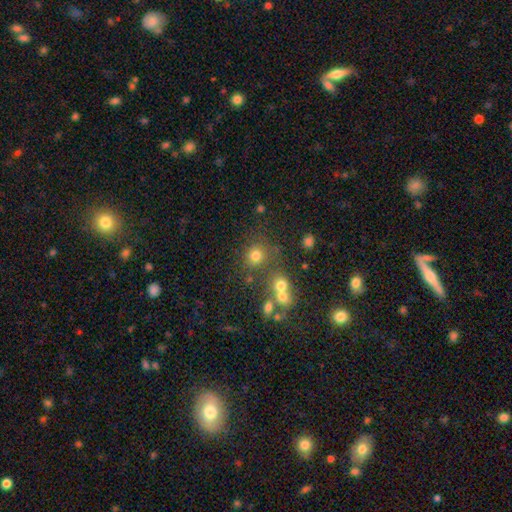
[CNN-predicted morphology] Smooth or featured?
  - smooth: 73% *
  - star or artifact: 17%
  - featured or disk: 9%
How rounded?
  - round: 85% *
  - in between: 14%
  - cigar-shaped: 1%
Merging?
  - none: 66% *
  - merger: 17%
  - minor disturbance: 10%
  - major disturbance: 6%